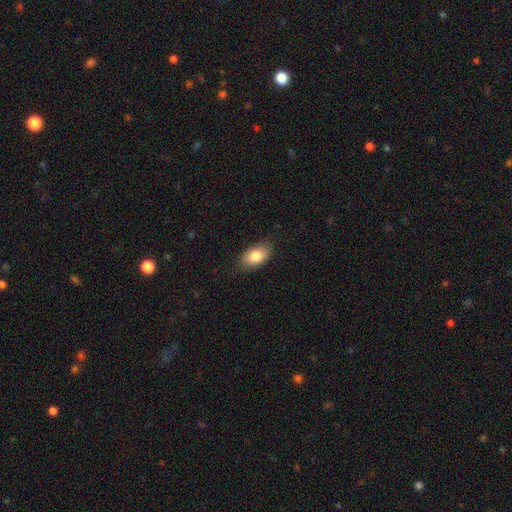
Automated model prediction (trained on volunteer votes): Overall: smooth (82%). How rounded: in between (91%). Merging: none (81%).